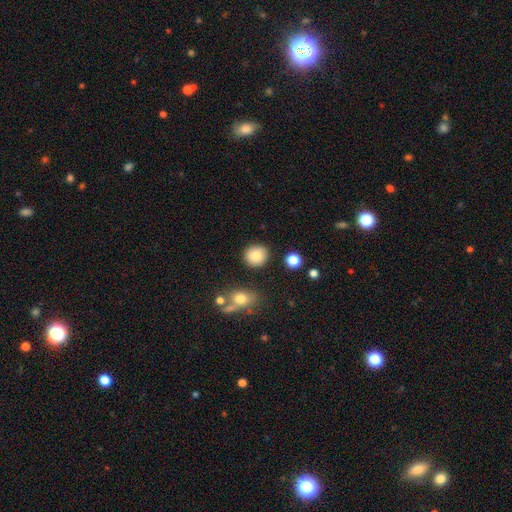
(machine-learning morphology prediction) type=smooth (84%); roundness=round (84%); merging=none (85%).